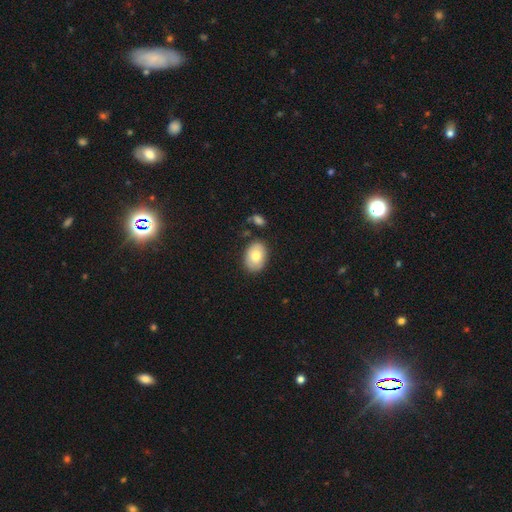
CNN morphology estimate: type=smooth (77%); roundness=in between (82%); merging=none (80%).